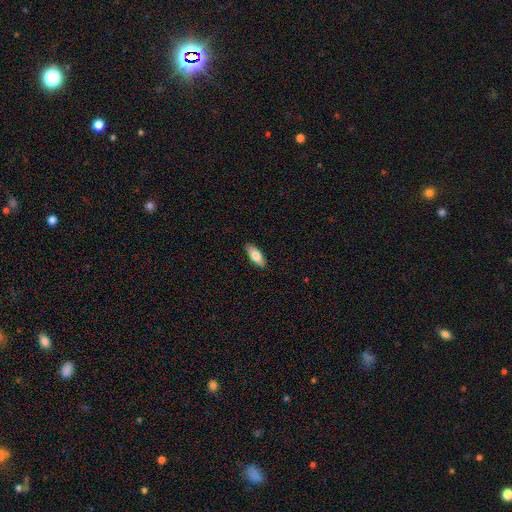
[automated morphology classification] smooth 74%, featured or disk 21%, star or artifact 6%. Down the decision tree: how rounded — in between (71%); merging — none (89%).